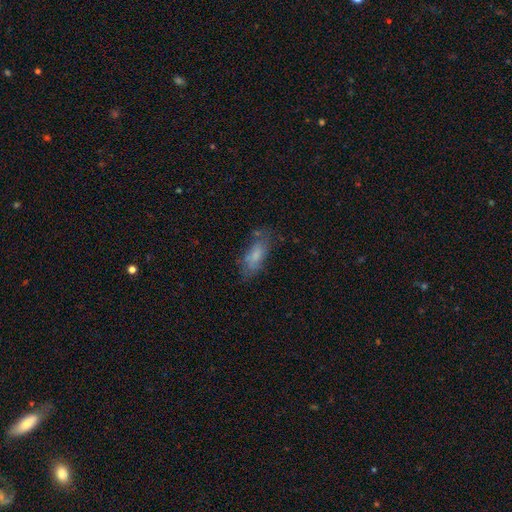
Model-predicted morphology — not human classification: Smooth or featured: smooth — 71% (featured or disk — 21%)
How rounded: in between — 74% (cigar-shaped — 24%)
Merging: none — 61% (minor disturbance — 23%)